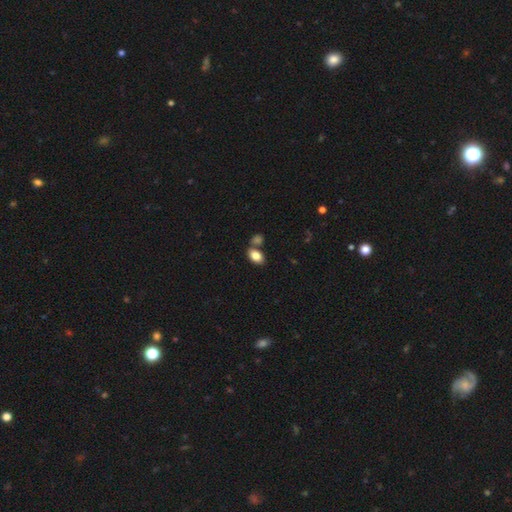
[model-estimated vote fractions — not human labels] Morphology: type=smooth (84%); roundness=in between (87%); merging=none (61%).